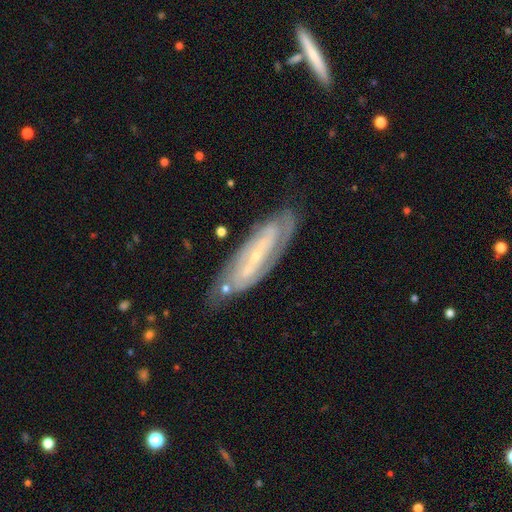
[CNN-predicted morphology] Smooth or featured? Predicted: featured or disk (p=0.83). Edge-on disk? Predicted: no (p=0.84). Bar? Predicted: strong (p=0.43). Spiral arms? Predicted: yes (p=0.90). Spiral winding? Predicted: tight (p=0.55). Spiral arm count? Predicted: 2 (p=0.60). Bulge size? Predicted: small (p=0.81). Merging? Predicted: none (p=0.73).